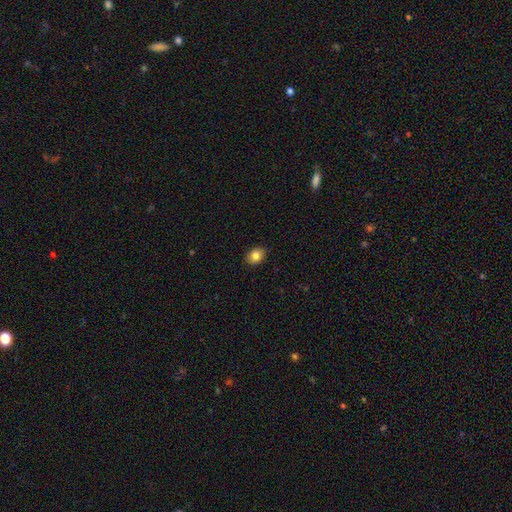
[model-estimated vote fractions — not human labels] Smooth or featured?
  - smooth: 84% *
  - star or artifact: 9%
  - featured or disk: 7%
How rounded?
  - in between: 69% *
  - round: 30%
  - cigar-shaped: 1%
Merging?
  - none: 89% *
  - minor disturbance: 8%
  - major disturbance: 2%
  - merger: 1%